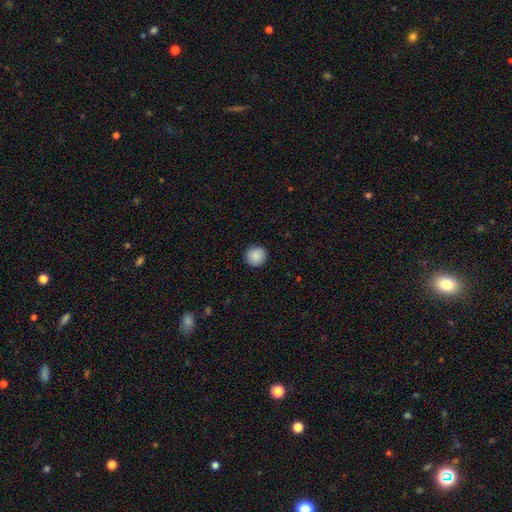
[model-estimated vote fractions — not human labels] Smooth or featured: smooth — 88% (star or artifact — 8%)
How rounded: round — 95% (in between — 4%)
Merging: none — 92% (minor disturbance — 5%)